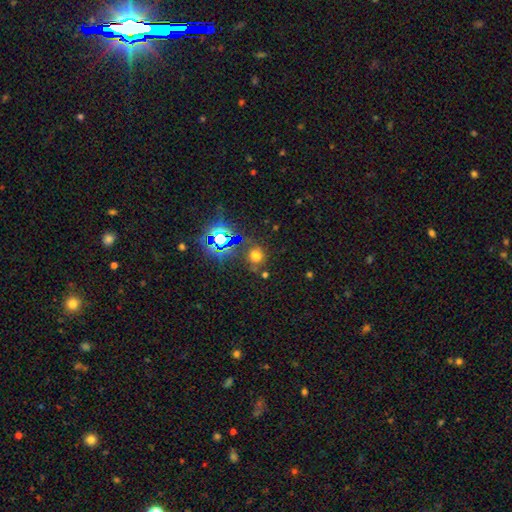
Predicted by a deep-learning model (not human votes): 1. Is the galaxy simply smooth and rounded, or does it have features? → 59% smooth, 33% star or artifact, 8% featured or disk.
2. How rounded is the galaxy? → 87% round, 12% in between, 1% cigar-shaped.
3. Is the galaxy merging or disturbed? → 77% none, 11% minor disturbance, 8% merger, 5% major disturbance.